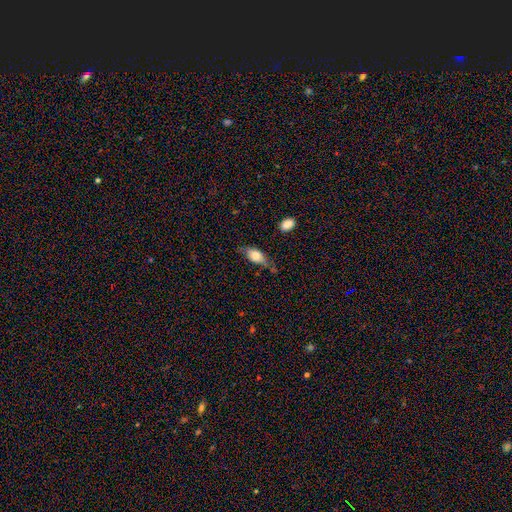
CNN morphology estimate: The model was most divided on "merging": none: 56%, minor disturbance: 30%, major disturbance: 9%, merger: 5%. More confident: how rounded — in between (83%); smooth or featured — smooth (71%).